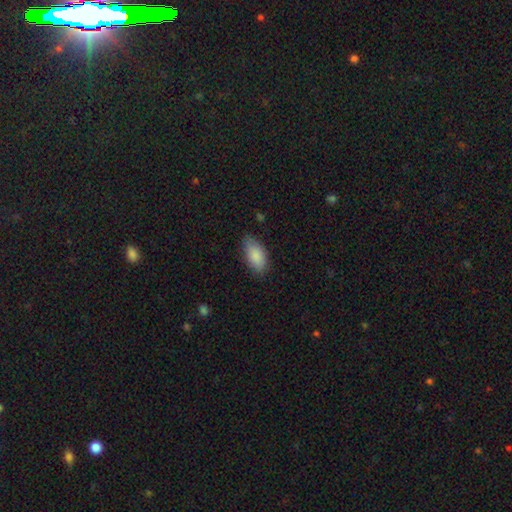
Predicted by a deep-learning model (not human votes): A smooth galaxy with no disk features (88%) that is in between round and cigar-shaped (93%). Merging: none (77%).